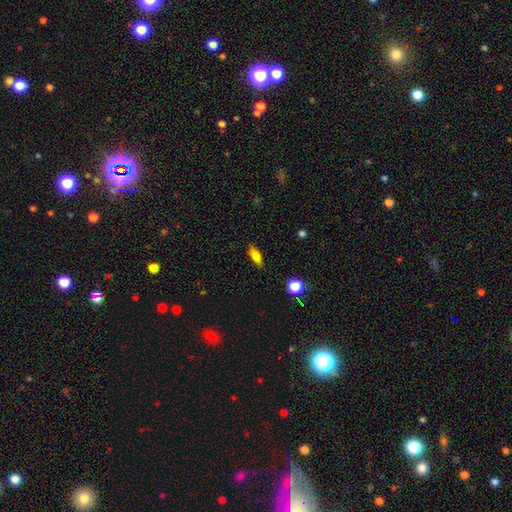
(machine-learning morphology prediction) smooth 77%, featured or disk 13%, star or artifact 10%. Down the decision tree: how rounded — in between (68%); merging — none (85%).